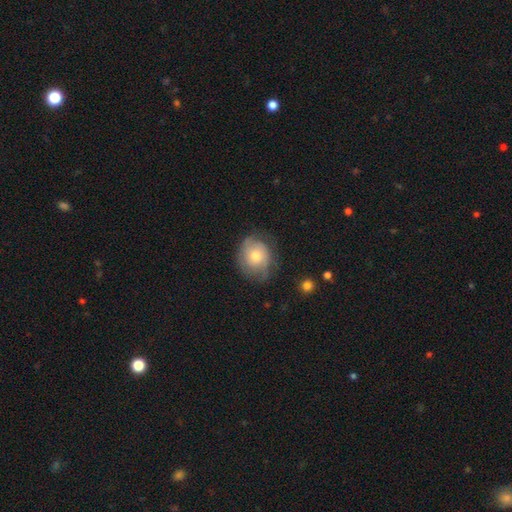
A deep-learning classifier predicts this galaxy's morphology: smooth-or-featured: smooth: 47% | featured or disk: 45% | star or artifact: 8%
  merging: none: 67% | minor disturbance: 23% | major disturbance: 8% | merger: 1%